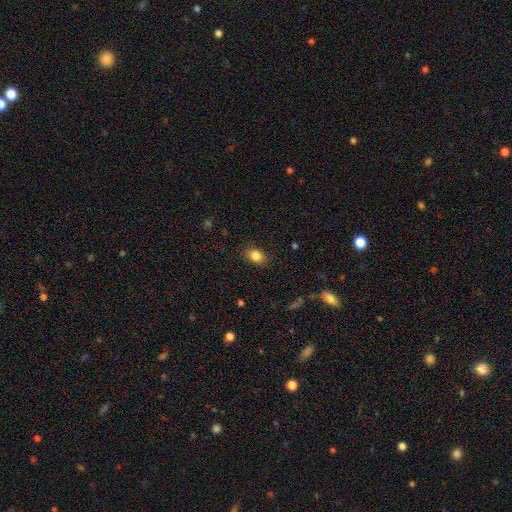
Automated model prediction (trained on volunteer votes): Smooth or featured? smooth (85%)
How rounded? in between (74%)
Merging? none (87%)